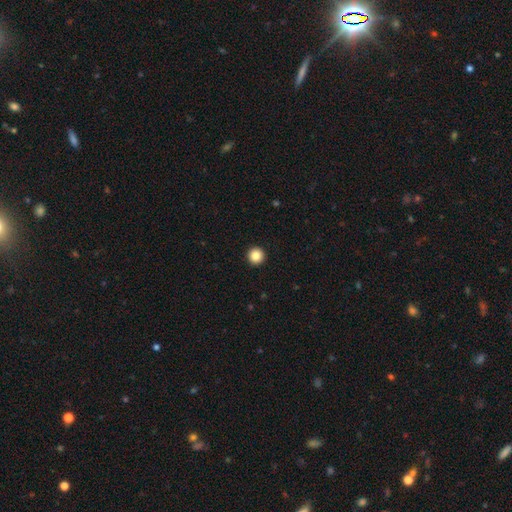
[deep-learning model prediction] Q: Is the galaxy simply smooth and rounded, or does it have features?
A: smooth — 85%.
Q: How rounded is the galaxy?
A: round — 97%.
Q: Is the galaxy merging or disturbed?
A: none — 94%.